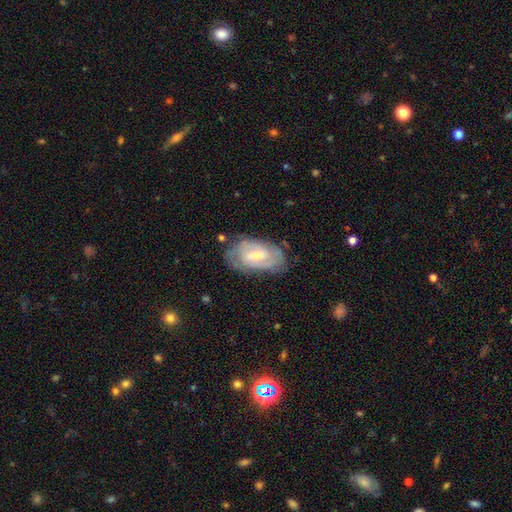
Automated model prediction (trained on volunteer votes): featured or disk 72%, smooth 22%, star or artifact 6%. Down the decision tree: edge-on disk — no (95%); bar — weak (55%); spiral arms — yes (84%); spiral arm count — 2 (48%); spiral winding — tight (53%); bulge size — small (47%); merging — none (70%).